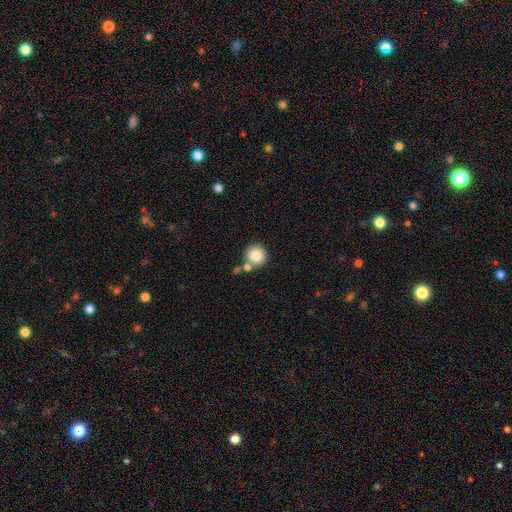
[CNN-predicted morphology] A smooth galaxy with no disk features (81%) that is round (94%).

Vote fractions:
- Smooth or featured? smooth: 81% / star or artifact: 10% / featured or disk: 9%
- How rounded? round: 94% / in between: 5% / cigar-shaped: 1%
- Merging? none: 70% / merger: 19% / minor disturbance: 9% / major disturbance: 3%